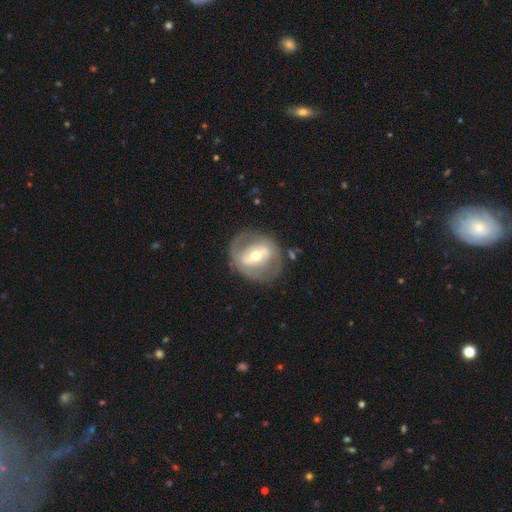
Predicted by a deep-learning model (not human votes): This is likely a featured or disk galaxy (70%). It is clearly not viewed edge-on (94%). Bar: possibly strong (49%). Spiral arm pattern: possibly yes (53%). Central bulge: likely moderate (63%). Merging: likely none (73%).